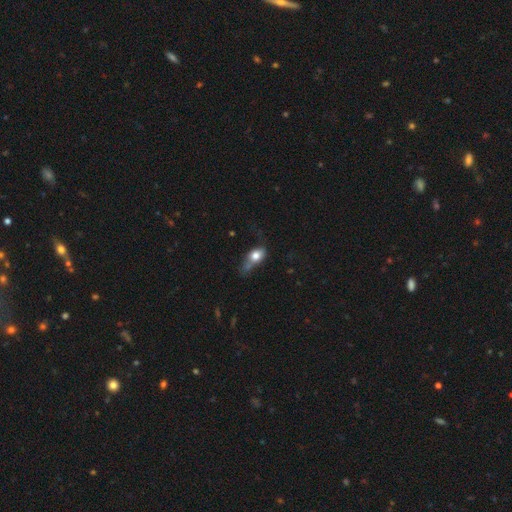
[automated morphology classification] The model was most divided on "merging" (2-way tie): major disturbance: 30%, minor disturbance: 30%, none: 28%, merger: 12%. More confident: smooth or featured — smooth (73%); how rounded — in between (69%).